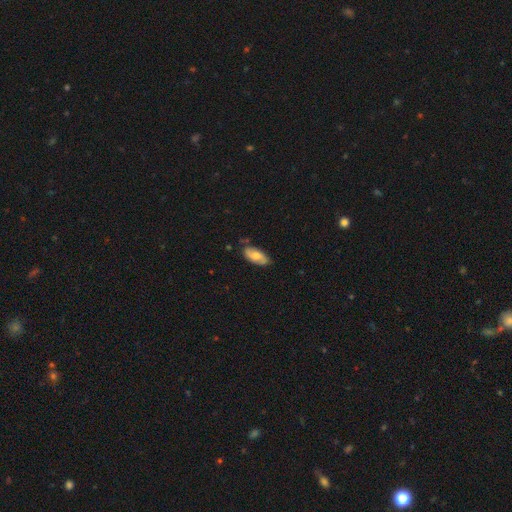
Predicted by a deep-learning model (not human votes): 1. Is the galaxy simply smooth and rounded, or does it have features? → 57% smooth, 36% featured or disk, 7% star or artifact.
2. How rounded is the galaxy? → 88% in between, 9% cigar-shaped, 3% round.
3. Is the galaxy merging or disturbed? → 72% none, 22% minor disturbance, 4% major disturbance, 2% merger.